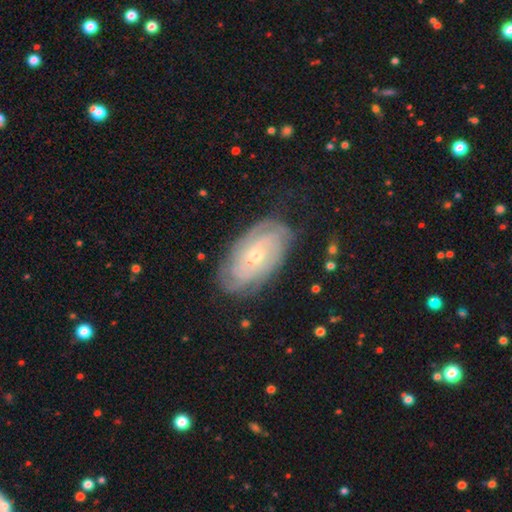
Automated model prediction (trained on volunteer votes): smooth_or_featured: featured or disk (p=0.79) [alt: smooth p=0.15]
disk_edge_on: no (p=0.94) [alt: yes p=0.06]
bar: no (p=0.76) [alt: weak p=0.19]
has_spiral_arms: yes (p=0.93) [alt: no p=0.07]
spiral_winding: tight (p=0.76) [alt: medium p=0.19]
spiral_arm_count: can't tell (p=0.44) [alt: 2 p=0.17]
bulge_size: small (p=0.72) [alt: moderate p=0.25]
merging: none (p=0.77) [alt: minor disturbance p=0.16]